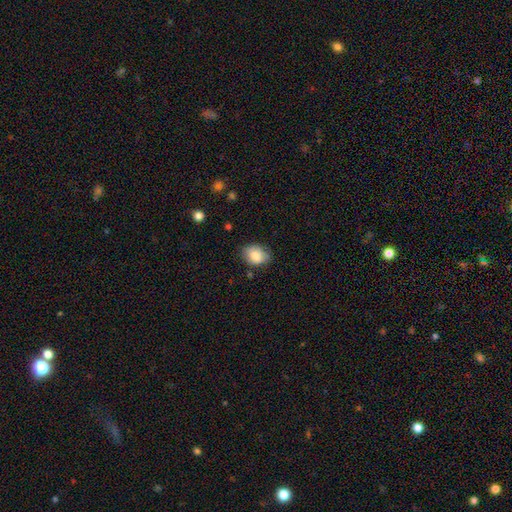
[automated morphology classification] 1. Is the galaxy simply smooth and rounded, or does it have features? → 83% smooth, 9% featured or disk, 7% star or artifact.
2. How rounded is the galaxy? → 76% in between, 23% round, 1% cigar-shaped.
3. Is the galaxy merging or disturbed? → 73% none, 21% minor disturbance, 4% major disturbance, 2% merger.